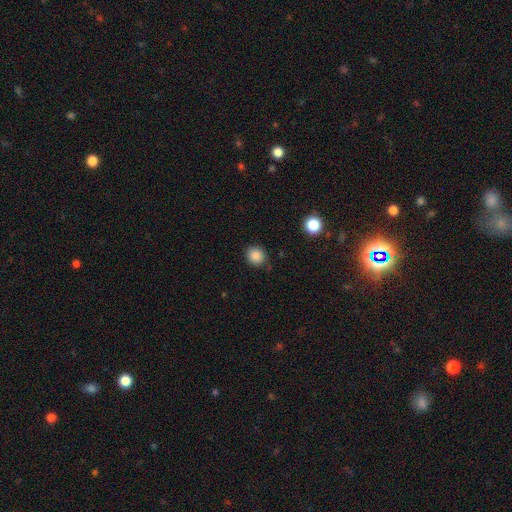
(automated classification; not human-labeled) Smooth or featured? smooth (86%)
How rounded? round (81%)
Merging? none (83%)